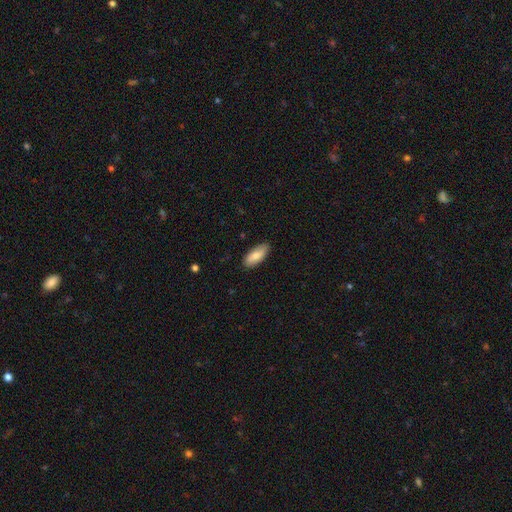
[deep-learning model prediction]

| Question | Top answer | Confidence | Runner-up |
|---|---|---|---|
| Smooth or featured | smooth | 82% | featured or disk (13%) |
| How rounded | in between | 83% | cigar-shaped (15%) |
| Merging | none | 86% | minor disturbance (11%) |